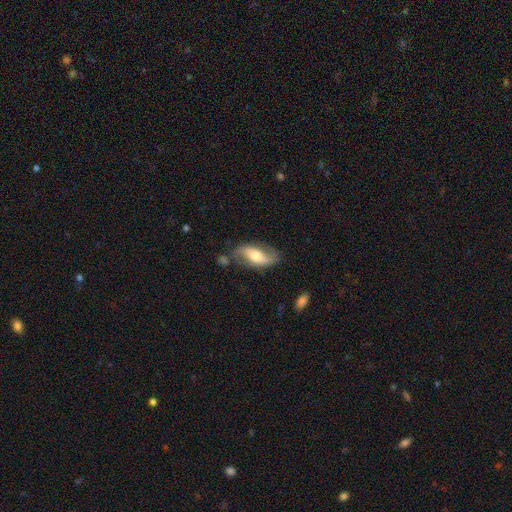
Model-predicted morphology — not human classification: Overall: featured or disk (62%; smooth 32%). Edge-on disk: no (86%). Bar: no (38%; weak 33%). Spiral arms: yes (83%). Bulge size: moderate (61%). Merging: none (68%).